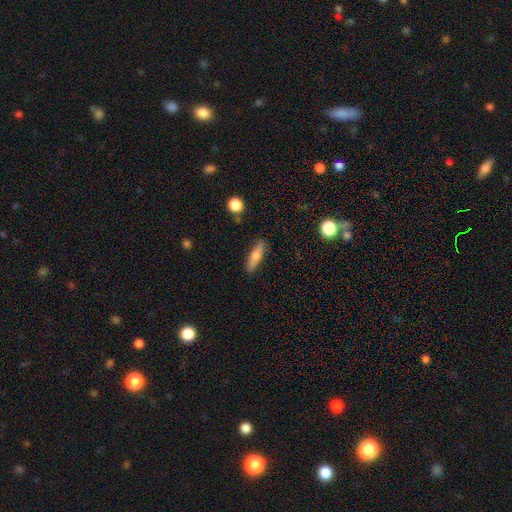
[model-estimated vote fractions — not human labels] A smooth galaxy with no disk features (64%) that is cigar-shaped (68%).

Vote fractions:
- Smooth or featured? smooth: 64% / featured or disk: 29% / star or artifact: 7%
- How rounded? cigar-shaped: 68% / in between: 30% / round: 3%
- Merging? none: 86% / minor disturbance: 10% / major disturbance: 2% / merger: 2%